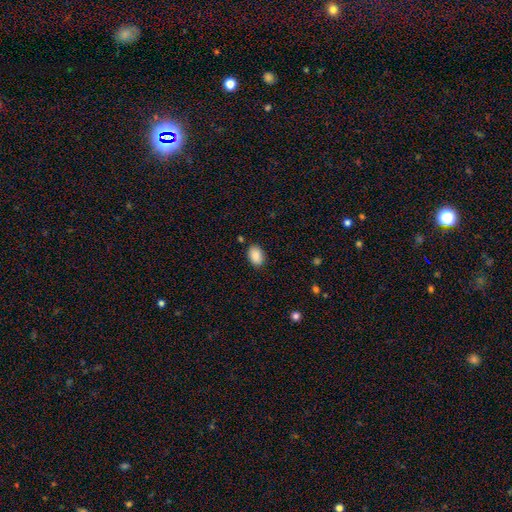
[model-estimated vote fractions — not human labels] smooth_or_featured: smooth (p=0.89) [alt: star or artifact p=0.07]
how_rounded: in between (p=0.83) [alt: round p=0.15]
merging: none (p=0.86) [alt: minor disturbance p=0.10]